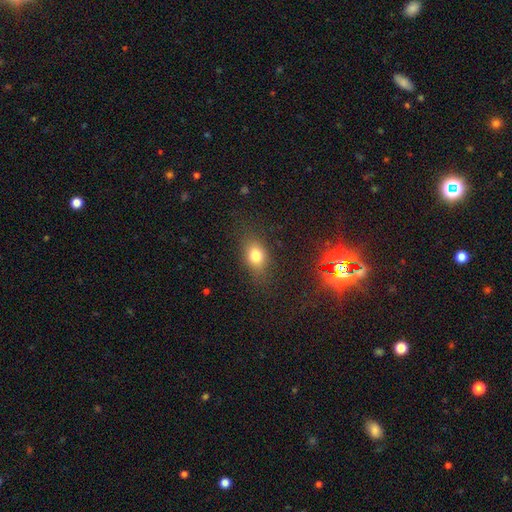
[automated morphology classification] This appears to be a smooth galaxy with no disk features (76%) that is in between round and cigar-shaped (68%). Merging: none (79%).